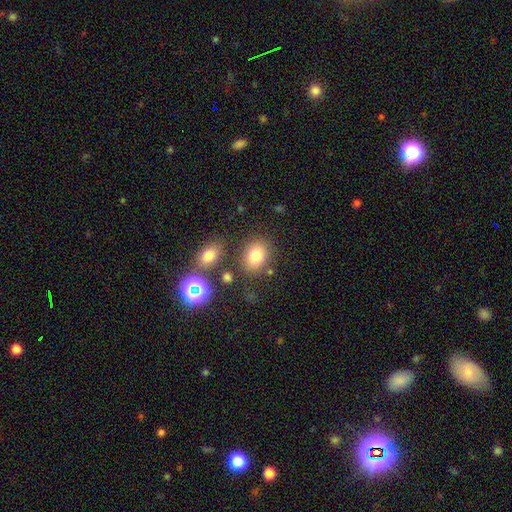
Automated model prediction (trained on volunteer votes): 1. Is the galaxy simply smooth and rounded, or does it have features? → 78% smooth, 13% star or artifact, 9% featured or disk.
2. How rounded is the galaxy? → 58% in between, 41% round, 1% cigar-shaped.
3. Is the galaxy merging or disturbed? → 77% none, 11% minor disturbance, 7% merger, 4% major disturbance.